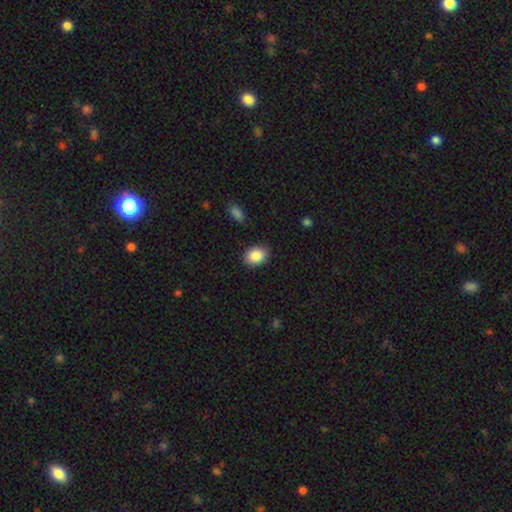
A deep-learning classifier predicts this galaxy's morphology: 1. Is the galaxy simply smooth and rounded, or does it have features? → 88% smooth, 8% star or artifact, 5% featured or disk.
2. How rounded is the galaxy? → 69% in between, 30% round, 1% cigar-shaped.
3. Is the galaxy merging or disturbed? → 87% none, 9% minor disturbance, 2% major disturbance, 1% merger.